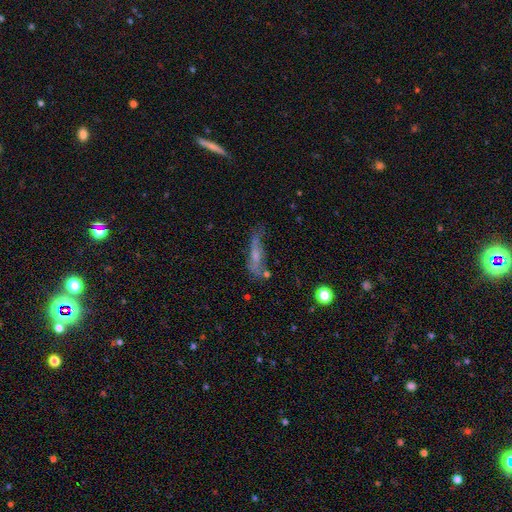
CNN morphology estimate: This appears to be a featured or disk galaxy (49%). Merging: none (45%).